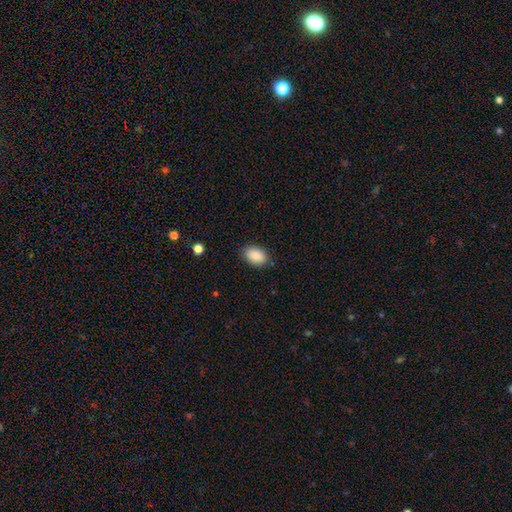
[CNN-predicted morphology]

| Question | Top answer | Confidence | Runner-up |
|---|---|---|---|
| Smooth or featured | smooth | 90% | star or artifact (7%) |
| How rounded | in between | 89% | round (10%) |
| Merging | none | 83% | minor disturbance (13%) |